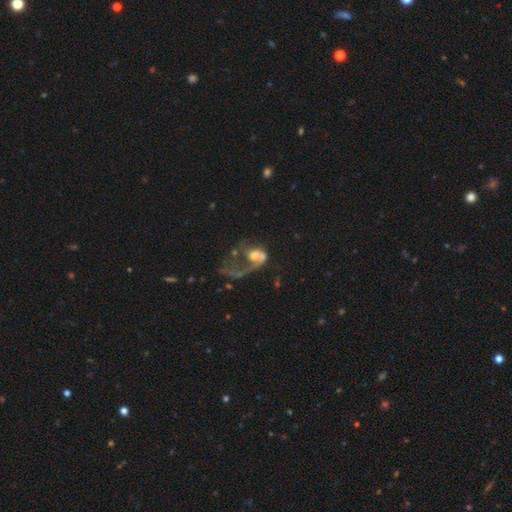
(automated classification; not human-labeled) A featured or disk galaxy (64%) with no bar (73%), spiral arms (75%) and a moderate central bulge (42%). Merging: major disturbance (55%).